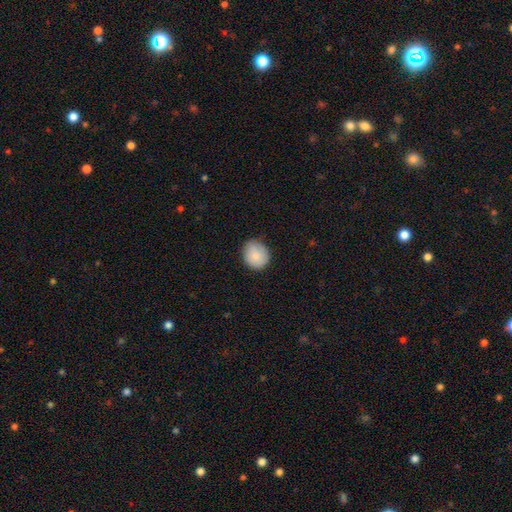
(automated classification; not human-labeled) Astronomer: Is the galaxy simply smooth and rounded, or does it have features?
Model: smooth — 84%.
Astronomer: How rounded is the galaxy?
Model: round — 73%.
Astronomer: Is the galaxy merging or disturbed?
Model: none — 79%.